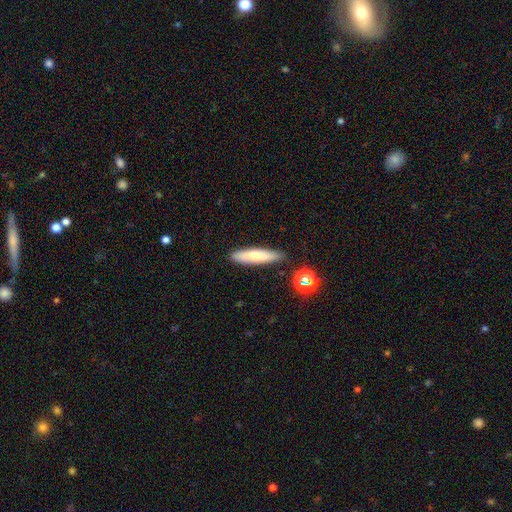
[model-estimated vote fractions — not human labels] Smooth or featured? smooth (70%)
How rounded? cigar-shaped (80%)
Merging? none (87%)